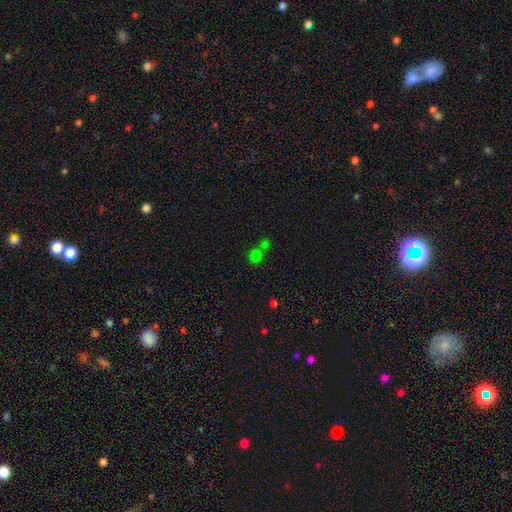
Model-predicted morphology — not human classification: A smooth galaxy with no disk features (62%) that is round (77%). Merging: merger (49%).